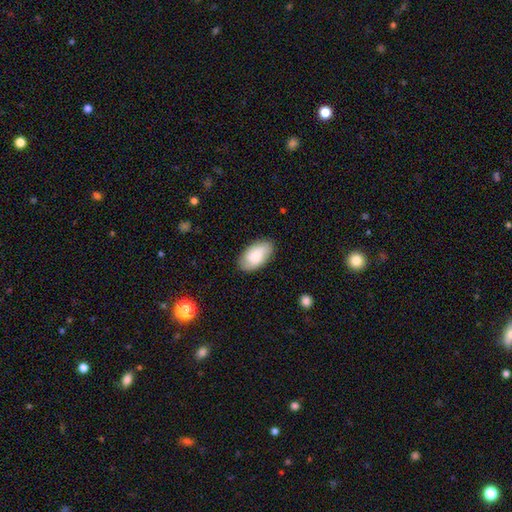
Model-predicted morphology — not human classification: A smooth galaxy with no disk features (67%) that is in between round and cigar-shaped (95%).

Vote fractions:
- Smooth or featured? smooth: 67% / featured or disk: 26% / star or artifact: 7%
- How rounded? in between: 95% / round: 4% / cigar-shaped: 2%
- Merging? none: 85% / minor disturbance: 12% / major disturbance: 3% / merger: 1%